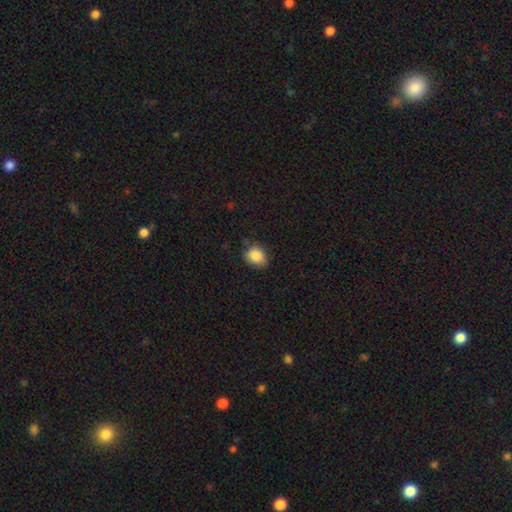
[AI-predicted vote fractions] A smooth galaxy with no disk features (87%) that is round (53%).

Vote fractions:
- Smooth or featured? smooth: 87% / star or artifact: 9% / featured or disk: 4%
- How rounded? round: 53% / in between: 46% / cigar-shaped: 1%
- Merging? none: 73% / minor disturbance: 21% / major disturbance: 4% / merger: 1%